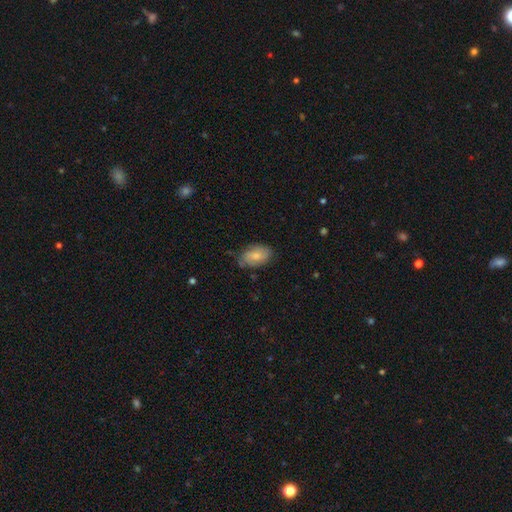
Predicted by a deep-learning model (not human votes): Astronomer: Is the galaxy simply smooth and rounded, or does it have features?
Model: smooth — 66%.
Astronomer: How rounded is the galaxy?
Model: in between — 91%.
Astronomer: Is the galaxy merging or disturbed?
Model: none — 71%.